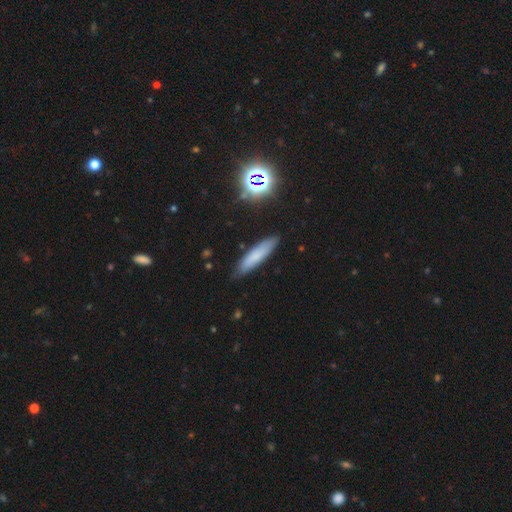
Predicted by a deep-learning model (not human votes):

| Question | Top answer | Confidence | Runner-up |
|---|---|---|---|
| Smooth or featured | smooth | 72% | featured or disk (18%) |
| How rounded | cigar-shaped | 78% | in between (20%) |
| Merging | none | 85% | minor disturbance (11%) |